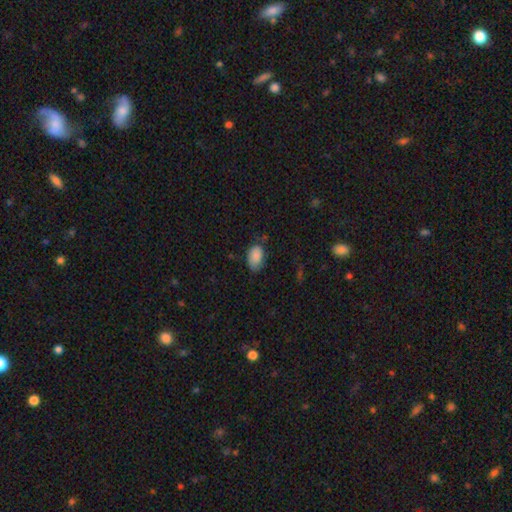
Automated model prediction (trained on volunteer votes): Morphology: type=smooth (87%); roundness=in between (91%); merging=none (62%).